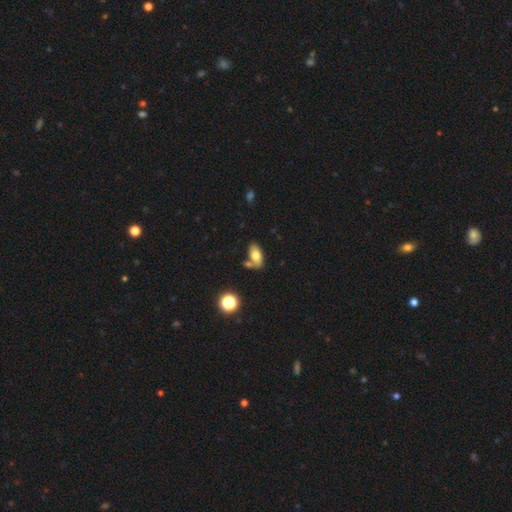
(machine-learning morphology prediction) Smooth or featured: smooth — 74% (featured or disk — 17%)
How rounded: in between — 89% (cigar-shaped — 5%)
Merging: none — 63% (merger — 19%)